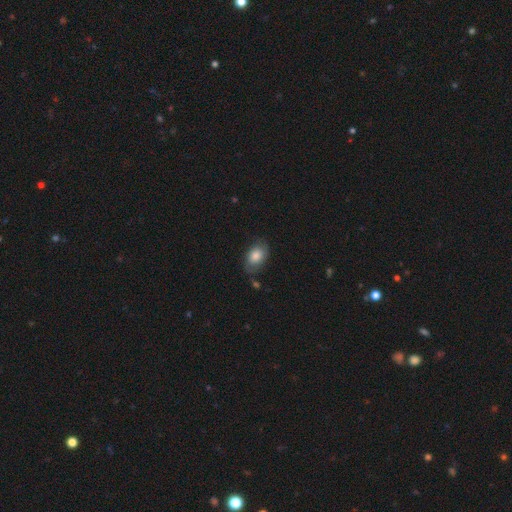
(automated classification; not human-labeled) Smooth or featured: smooth — 76% (featured or disk — 17%)
How rounded: in between — 85% (round — 13%)
Merging: none — 68% (minor disturbance — 23%)